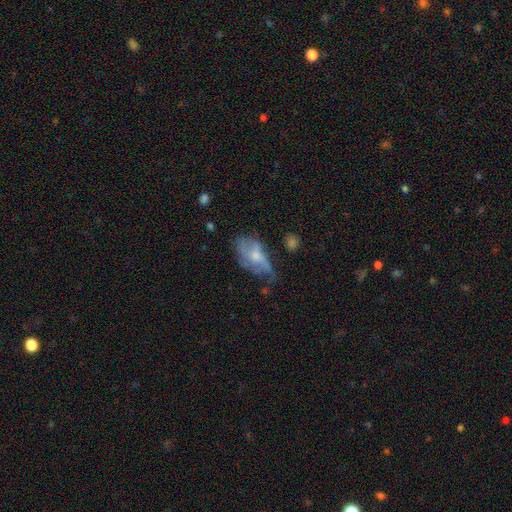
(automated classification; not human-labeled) Smooth or featured: featured or disk — 53% (smooth — 38%)
Edge-on disk: no — 92% (yes — 8%)
Merging: none — 36% (minor disturbance — 32%)